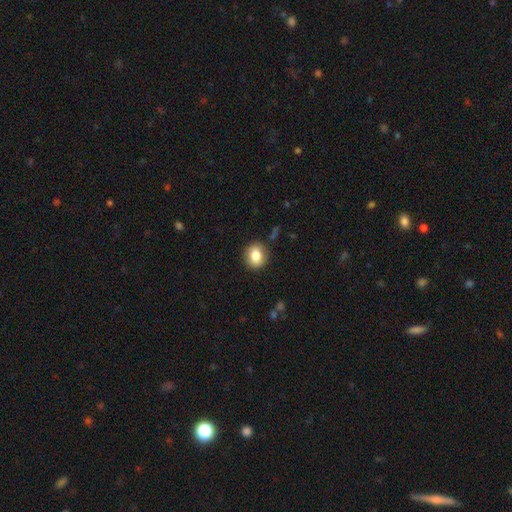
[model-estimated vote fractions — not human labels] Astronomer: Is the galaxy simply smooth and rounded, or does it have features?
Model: smooth — 82%.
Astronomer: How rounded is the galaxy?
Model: round — 67%.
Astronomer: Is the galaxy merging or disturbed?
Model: none — 87%.